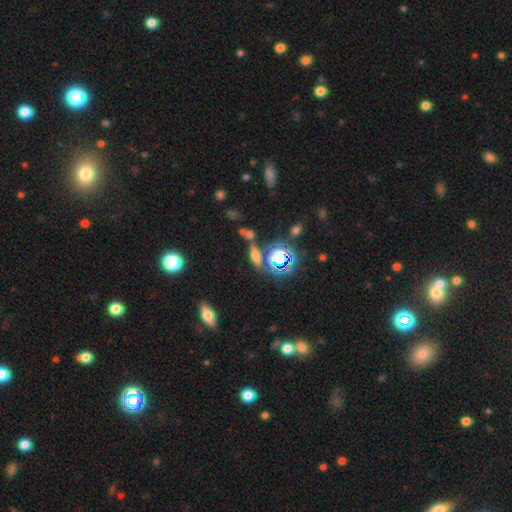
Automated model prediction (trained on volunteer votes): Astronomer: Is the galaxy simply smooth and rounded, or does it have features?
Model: smooth — 44% (runner-up: star or artifact, 33%).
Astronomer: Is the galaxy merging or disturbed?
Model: none — 67%.